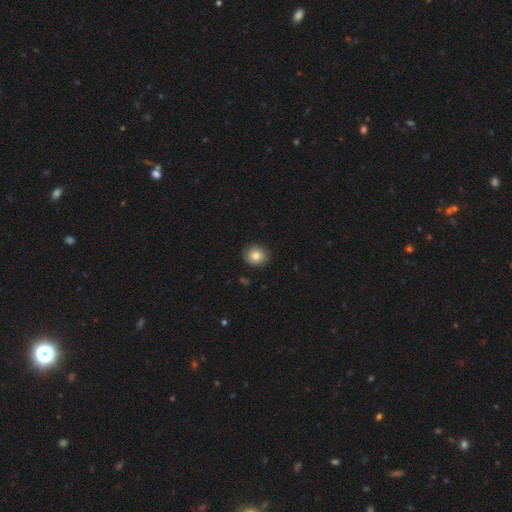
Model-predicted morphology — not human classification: This appears to be a smooth galaxy with no disk features (83%) that is round (82%). Merging: none (88%).